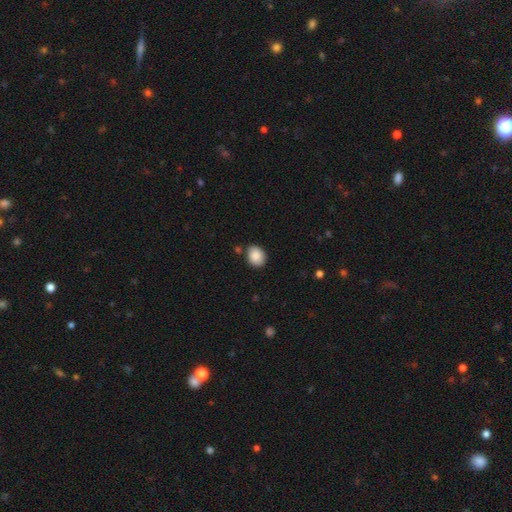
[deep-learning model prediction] This is clearly a smooth galaxy (89%). How rounded: possibly in between (52%). Merging: clearly none (81%).